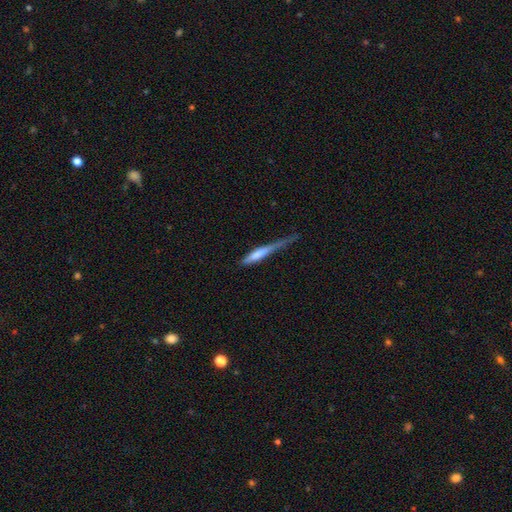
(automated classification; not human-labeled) This is possibly a smooth galaxy (54%). How rounded: clearly cigar-shaped (93%). Merging: marginally none (36%).